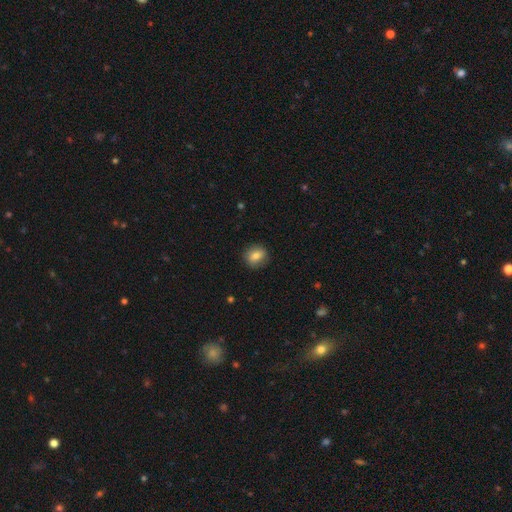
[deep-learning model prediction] Morphology: type=smooth (79%); roundness=round (69%); merging=none (88%).